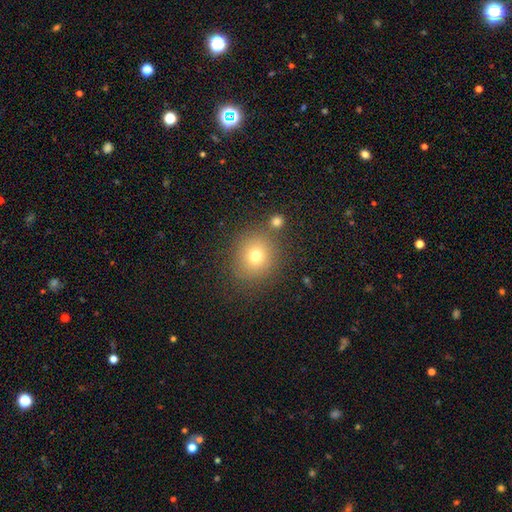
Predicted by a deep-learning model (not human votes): smooth-or-featured: smooth: 73% | star or artifact: 16% | featured or disk: 11%
  how-rounded: round: 83% | in between: 17% | cigar-shaped: 1%
  merging: none: 78% | minor disturbance: 11% | merger: 8% | major disturbance: 4%